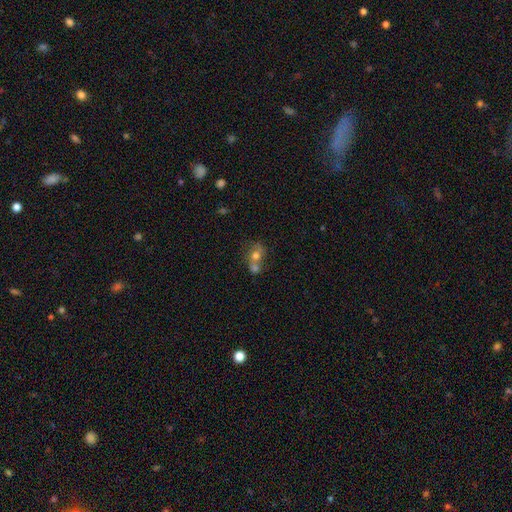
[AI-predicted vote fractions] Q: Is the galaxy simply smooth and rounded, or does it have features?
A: smooth — 69%.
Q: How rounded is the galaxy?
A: round — 62%.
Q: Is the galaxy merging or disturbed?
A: merger — 60%.